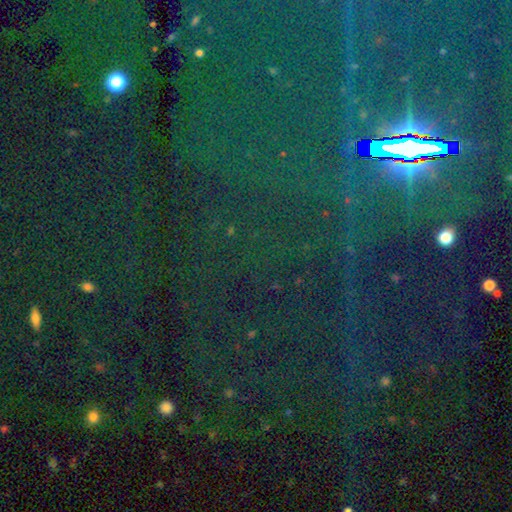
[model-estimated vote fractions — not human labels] This appears to be a star or artifact, not a galaxy (86%).